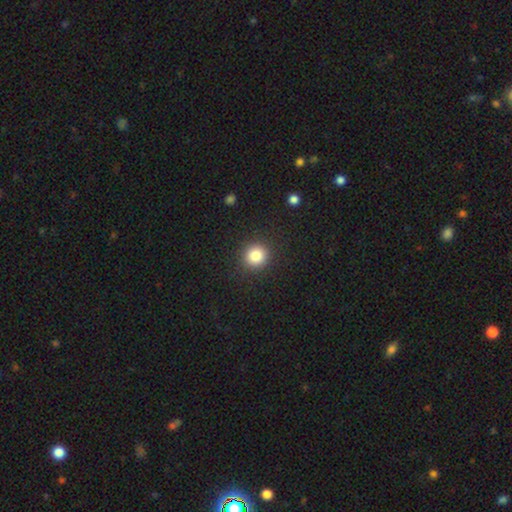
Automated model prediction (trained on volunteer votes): A smooth galaxy with no disk features (83%) that is round (89%).

Vote fractions:
- Smooth or featured? smooth: 83% / star or artifact: 11% / featured or disk: 6%
- How rounded? round: 89% / in between: 10% / cigar-shaped: 1%
- Merging? none: 90% / minor disturbance: 6% / major disturbance: 3% / merger: 1%